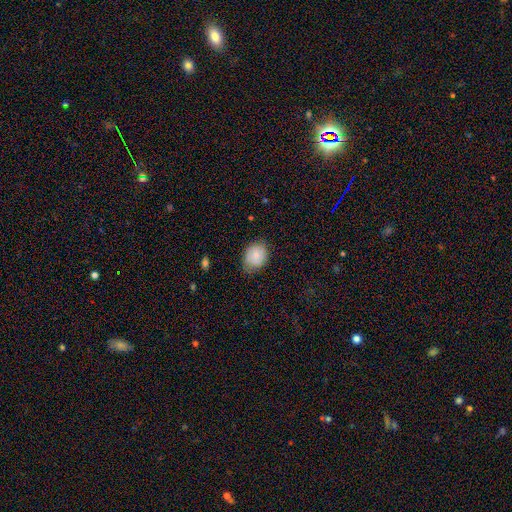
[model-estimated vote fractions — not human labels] Morphology: type=smooth (78%); roundness=in between (56%); merging=none (67%).